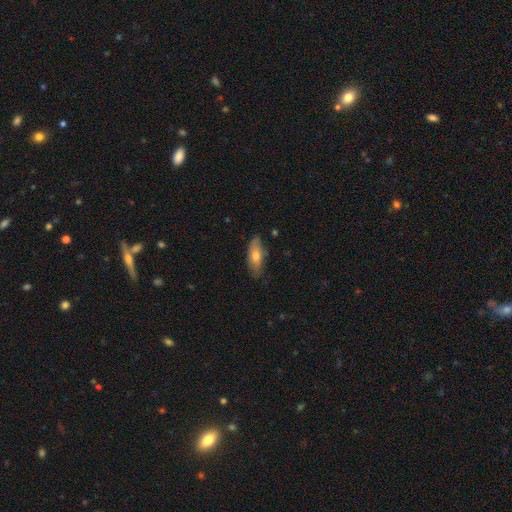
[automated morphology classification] Smooth or featured? smooth (65%)
How rounded? in between (66%)
Merging? none (77%)